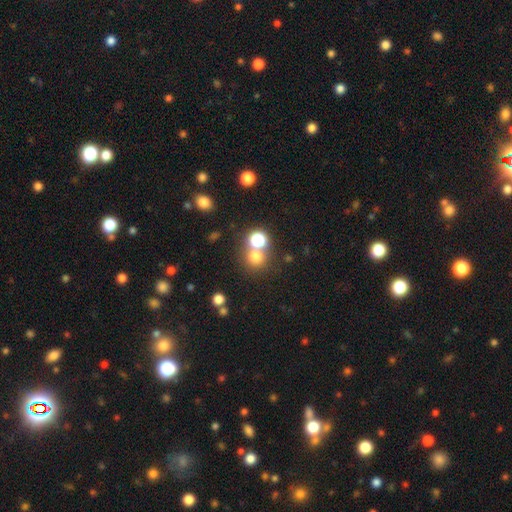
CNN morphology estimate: Smooth or featured: smooth — 71% (star or artifact — 21%)
How rounded: round — 89% (in between — 10%)
Merging: none — 62% (merger — 27%)